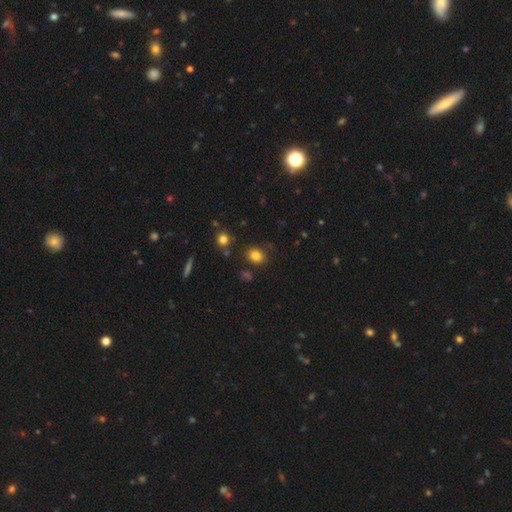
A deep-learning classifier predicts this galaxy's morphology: Overall: smooth (82%). How rounded: round (53%; in between 46%). Merging: none (82%).